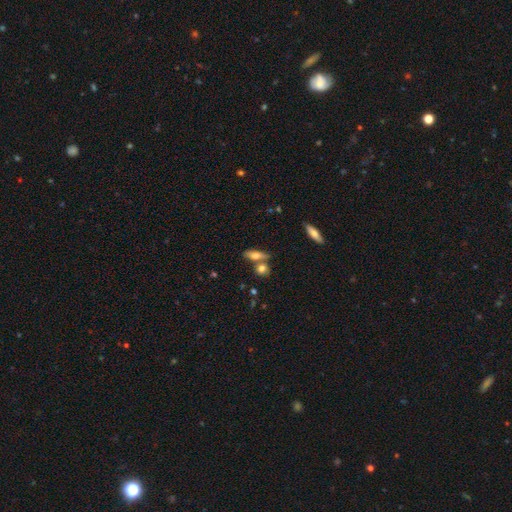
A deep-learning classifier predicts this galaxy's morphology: smooth 68%, featured or disk 23%, star or artifact 9%. Down the decision tree: how rounded — in between (55%); merging — none (55%).